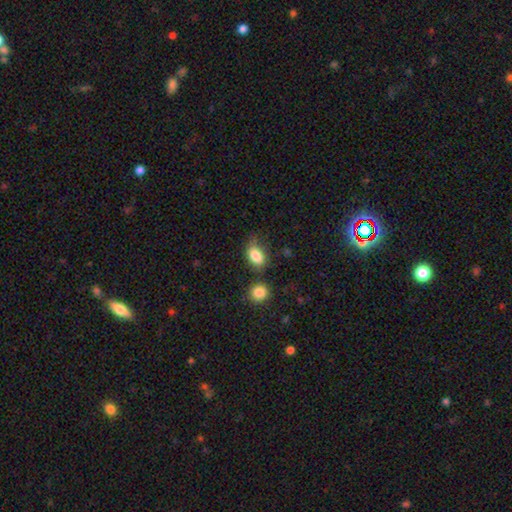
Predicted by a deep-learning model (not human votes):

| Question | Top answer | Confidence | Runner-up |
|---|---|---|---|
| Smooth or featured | smooth | 85% | star or artifact (8%) |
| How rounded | in between | 84% | round (14%) |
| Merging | none | 57% | minor disturbance (26%) |